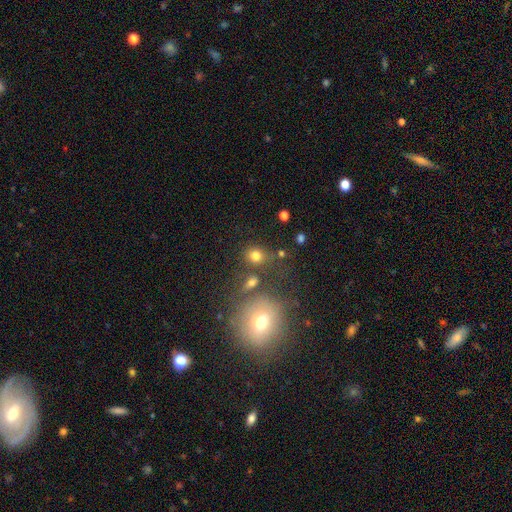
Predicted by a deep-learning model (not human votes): Smooth or featured? Predicted: smooth (p=0.76). How rounded? Predicted: round (p=0.70). Merging? Predicted: none (p=0.64).